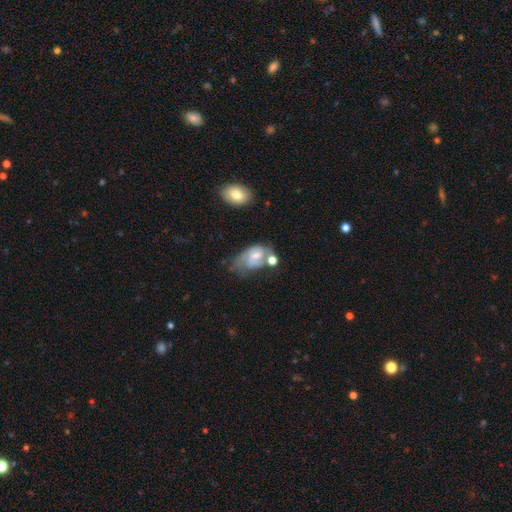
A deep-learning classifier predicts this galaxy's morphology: The model was most divided on "bulge size" (2-way tie): moderate: 45%, small: 45%, none: 5%, large: 4%, dominant: 1%; "merging" (2-way tie): minor disturbance: 26%, none: 26%, major disturbance: 25%, merger: 23%. More confident: edge-on disk — no (96%); spiral arms — yes (74%); bar — no (60%); smooth or featured — featured or disk (58%).